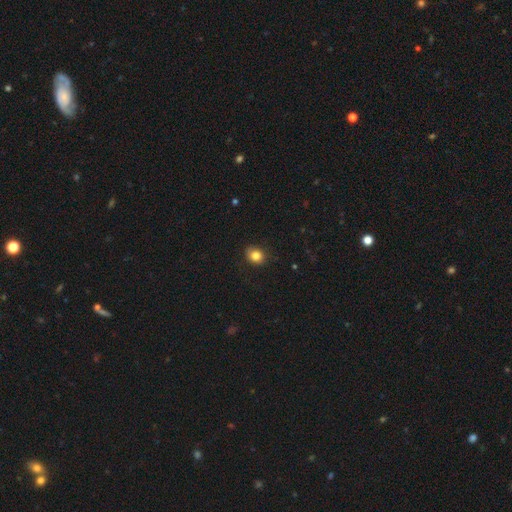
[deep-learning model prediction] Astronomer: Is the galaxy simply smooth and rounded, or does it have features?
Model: smooth — 83%.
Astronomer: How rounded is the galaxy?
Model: round — 58% (runner-up: in between, 41%).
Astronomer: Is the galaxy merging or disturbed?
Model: none — 83%.